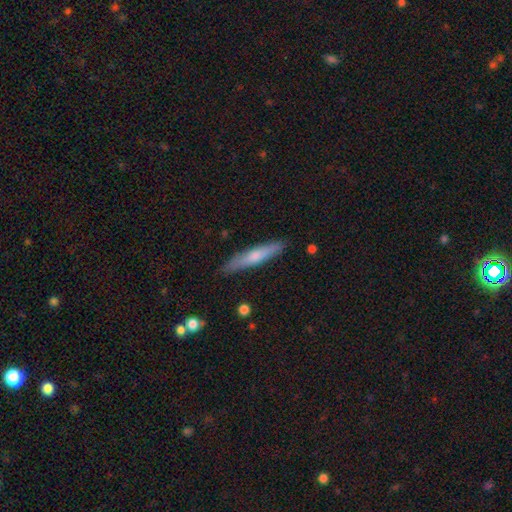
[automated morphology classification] Smooth or featured: smooth — 56% (featured or disk — 38%)
How rounded: cigar-shaped — 91% (in between — 8%)
Merging: none — 88% (minor disturbance — 9%)